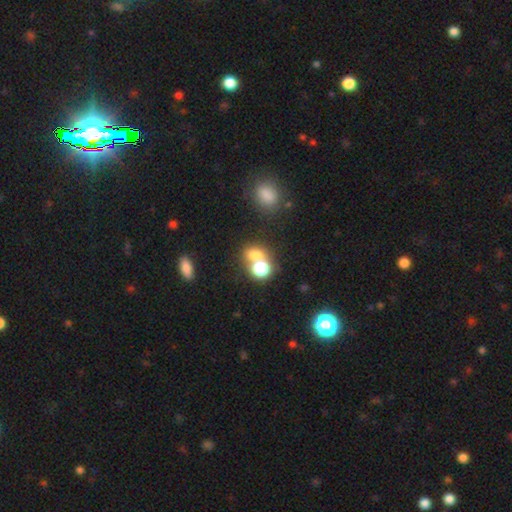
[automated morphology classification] type=smooth (69%); roundness=round (62%); merging=merger (44%).